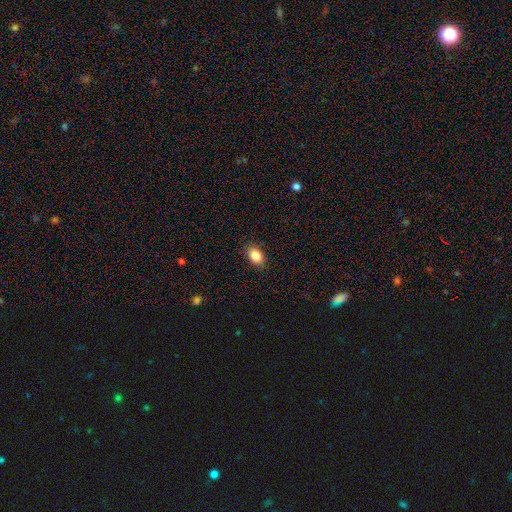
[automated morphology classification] A smooth galaxy with no disk features (87%) that is in between round and cigar-shaped (87%). Merging: none (87%).